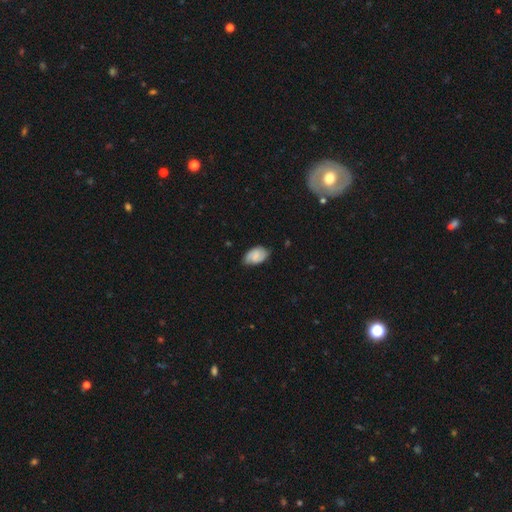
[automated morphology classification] A smooth galaxy with no disk features (58%) that is in between round and cigar-shaped (90%).

Vote fractions:
- Smooth or featured? smooth: 58% / featured or disk: 34% / star or artifact: 8%
- How rounded? in between: 90% / round: 9% / cigar-shaped: 2%
- Merging? none: 71% / minor disturbance: 23% / major disturbance: 4% / merger: 1%